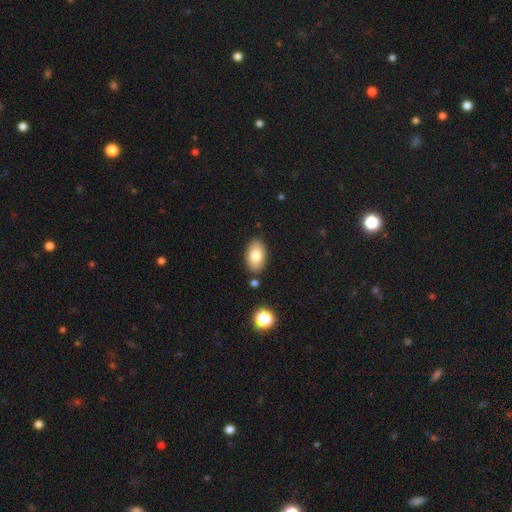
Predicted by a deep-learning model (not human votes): The model was most divided on "smooth or featured": smooth: 80%, featured or disk: 12%, star or artifact: 8%. More confident: how rounded — in between (93%); merging — none (85%).